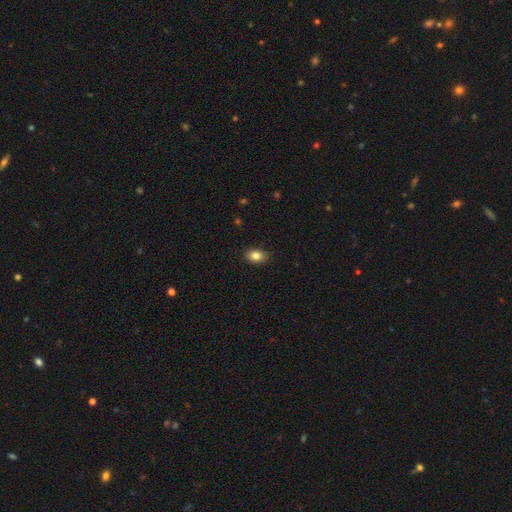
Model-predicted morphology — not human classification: Smooth or featured: smooth — 84% (star or artifact — 9%)
How rounded: in between — 76% (round — 23%)
Merging: none — 86% (minor disturbance — 11%)